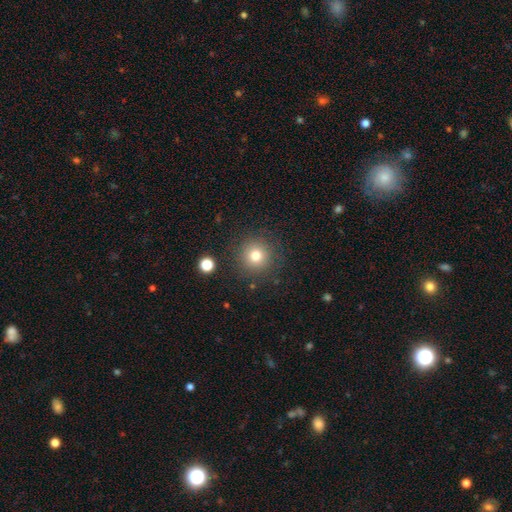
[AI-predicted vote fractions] This is likely a smooth galaxy (76%). How rounded: clearly round (94%). Merging: clearly none (86%).